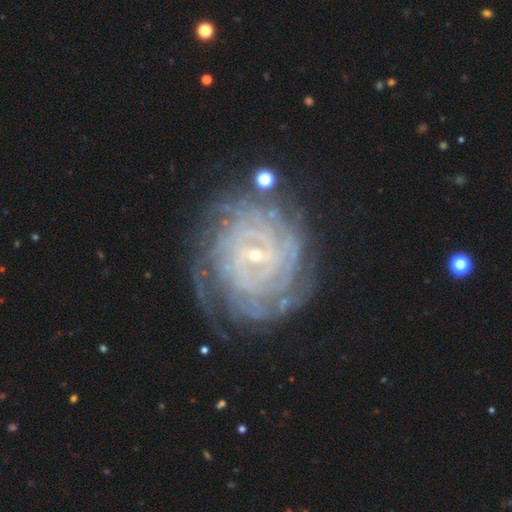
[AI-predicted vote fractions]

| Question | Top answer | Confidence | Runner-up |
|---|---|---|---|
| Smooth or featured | featured or disk | 89% | star or artifact (6%) |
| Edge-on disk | no | 97% | yes (3%) |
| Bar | weak | 46% | no (35%) |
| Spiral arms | yes | 98% | no (2%) |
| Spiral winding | tight | 85% | medium (12%) |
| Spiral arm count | can't tell | 26% | 4 (23%) |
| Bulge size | small | 84% | moderate (12%) |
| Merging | none | 77% | minor disturbance (15%) |